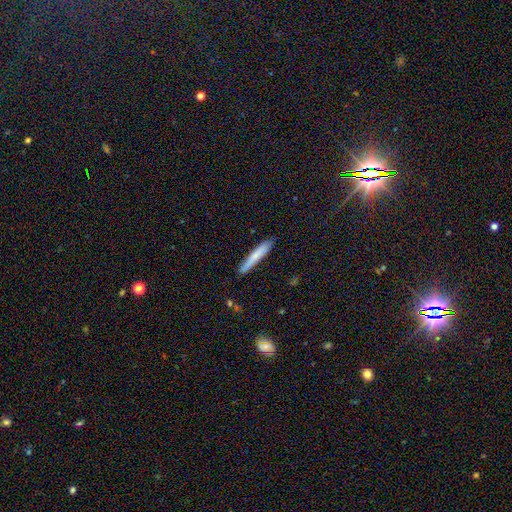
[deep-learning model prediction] Overall: smooth (71%). How rounded: cigar-shaped (94%). Merging: none (85%).